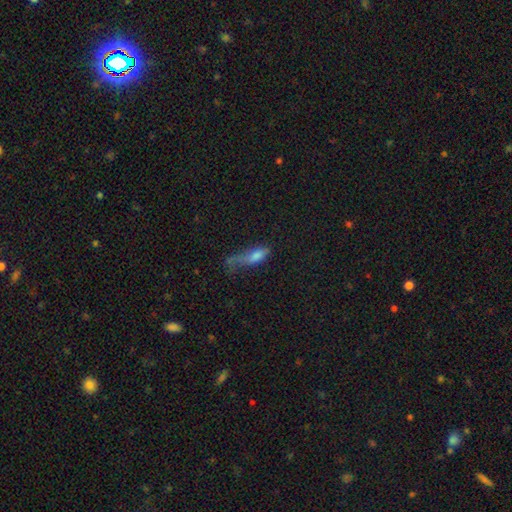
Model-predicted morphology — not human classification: This appears to be a smooth galaxy with no disk features (69%) that is in between round and cigar-shaped (61%). Merging: major disturbance (44%).